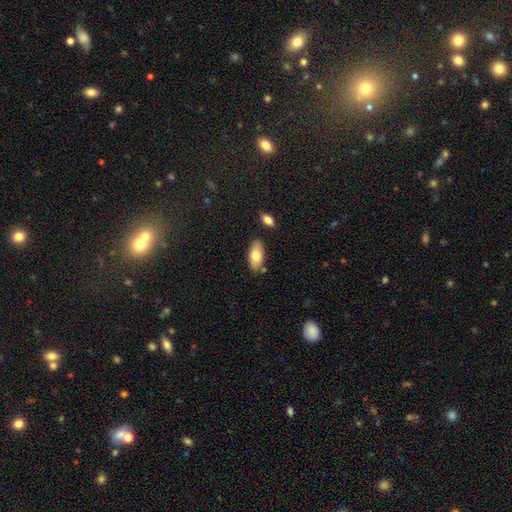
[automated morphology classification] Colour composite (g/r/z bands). It shows a smooth galaxy with no disk features (76%) that is in between round and cigar-shaped (92%). Merging: none (80%).